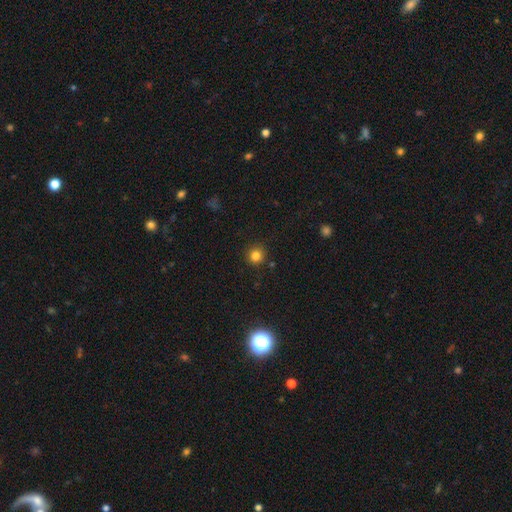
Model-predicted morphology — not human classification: Smooth or featured? Predicted: smooth (p=0.82). How rounded? Predicted: round (p=0.93). Merging? Predicted: none (p=0.89).